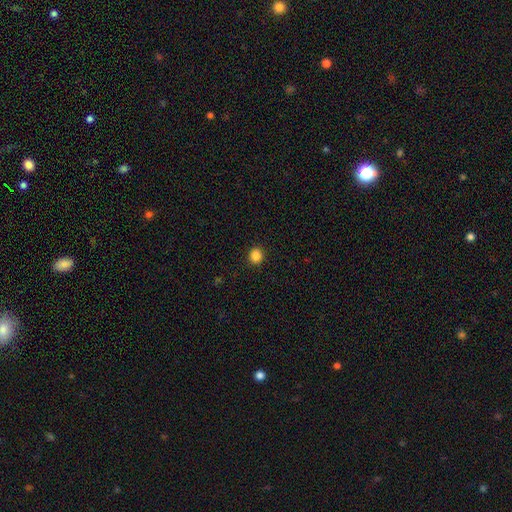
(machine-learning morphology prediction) The model was most divided on "smooth or featured": smooth: 85%, star or artifact: 11%, featured or disk: 4%. More confident: merging — none (92%); how rounded — round (88%).